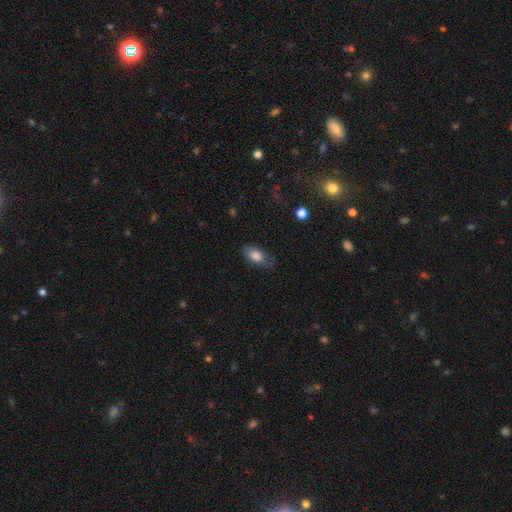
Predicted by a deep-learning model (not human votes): smooth-or-featured: smooth: 82% | featured or disk: 11% | star or artifact: 8%
  how-rounded: in between: 90% | round: 5% | cigar-shaped: 5%
  merging: none: 65% | minor disturbance: 25% | major disturbance: 8% | merger: 1%